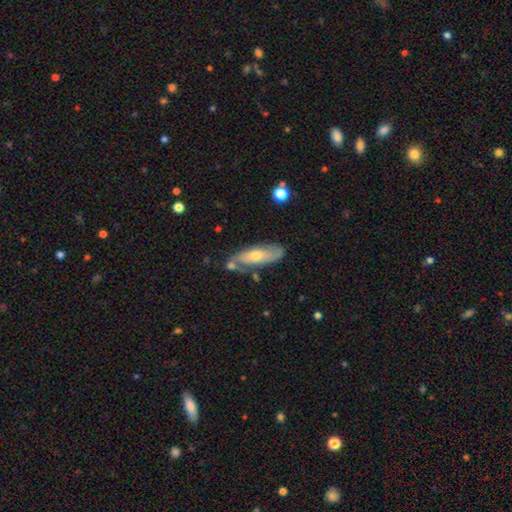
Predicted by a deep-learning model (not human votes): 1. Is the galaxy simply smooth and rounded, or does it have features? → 56% featured or disk, 38% smooth, 6% star or artifact.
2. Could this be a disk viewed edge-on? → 74% no, 26% yes.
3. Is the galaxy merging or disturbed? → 62% none, 21% minor disturbance, 10% merger, 7% major disturbance.